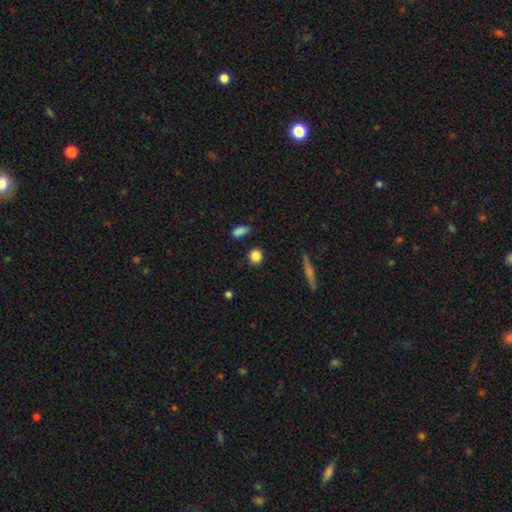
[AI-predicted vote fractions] Smooth or featured?
  - smooth: 85% *
  - star or artifact: 9%
  - featured or disk: 5%
How rounded?
  - round: 81% *
  - in between: 17%
  - cigar-shaped: 2%
Merging?
  - none: 87% *
  - minor disturbance: 8%
  - merger: 3%
  - major disturbance: 2%